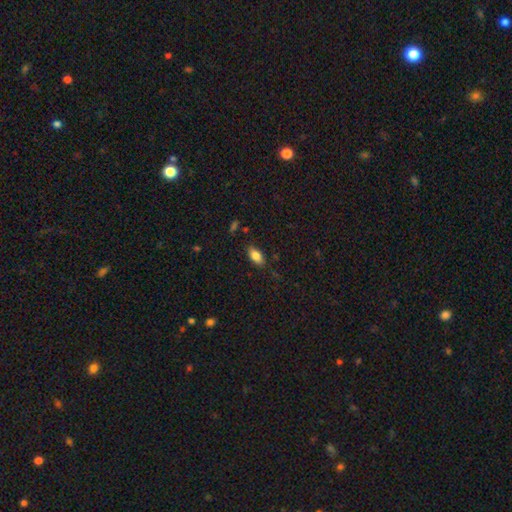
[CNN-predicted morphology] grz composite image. It shows a smooth galaxy with no disk features (82%) that is in between round and cigar-shaped (89%). Merging: none (83%).